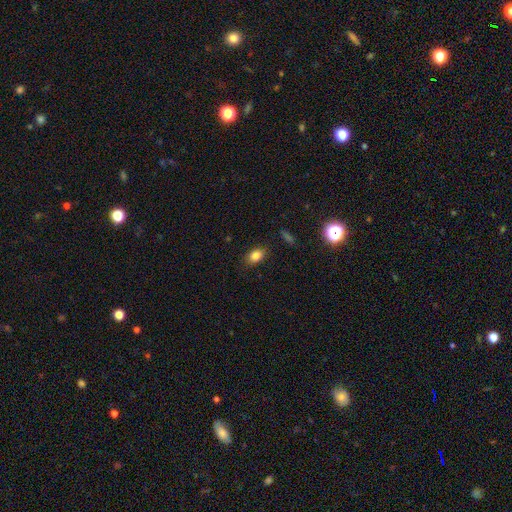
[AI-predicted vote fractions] Smooth or featured?
  - smooth: 83% *
  - star or artifact: 10%
  - featured or disk: 7%
How rounded?
  - in between: 81% *
  - round: 17%
  - cigar-shaped: 2%
Merging?
  - none: 85% *
  - minor disturbance: 11%
  - major disturbance: 3%
  - merger: 1%